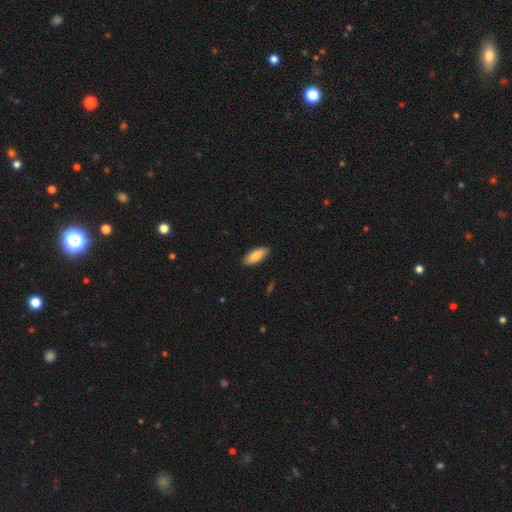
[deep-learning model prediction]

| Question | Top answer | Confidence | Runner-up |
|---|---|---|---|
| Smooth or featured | smooth | 87% | featured or disk (8%) |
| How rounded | in between | 80% | cigar-shaped (18%) |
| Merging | none | 89% | minor disturbance (8%) |